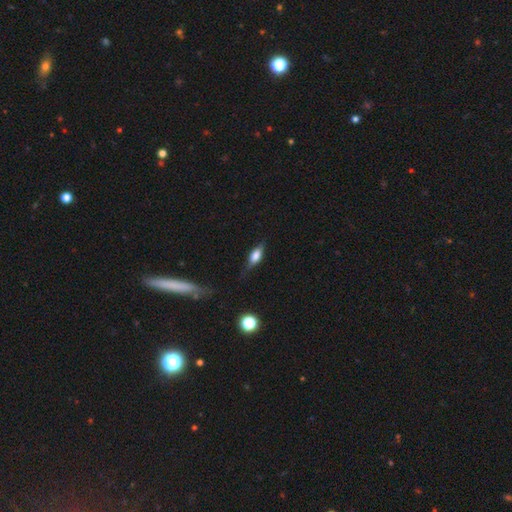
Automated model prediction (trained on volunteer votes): Smooth or featured? smooth (61%)
How rounded? in between (73%)
Merging? none (68%)